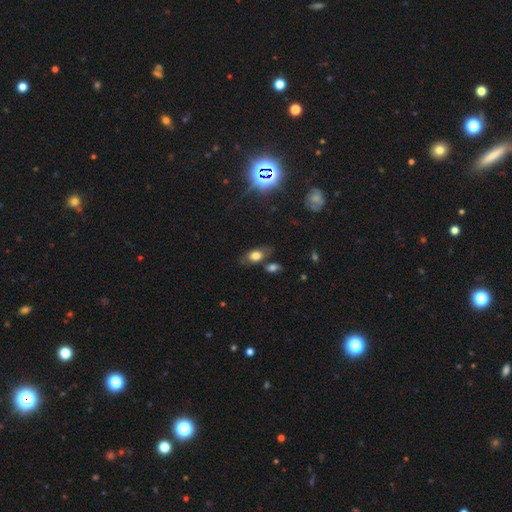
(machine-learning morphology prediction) smooth 68%, featured or disk 19%, star or artifact 13%. Down the decision tree: how rounded — in between (82%); merging — none (66%).